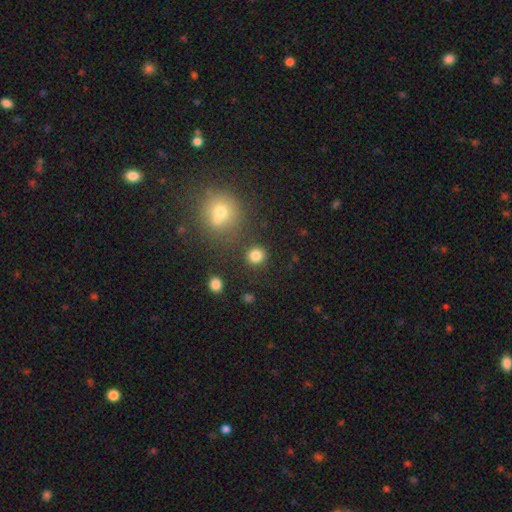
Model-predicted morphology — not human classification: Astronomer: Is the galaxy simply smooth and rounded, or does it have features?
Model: smooth — 83%.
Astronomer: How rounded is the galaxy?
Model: round — 91%.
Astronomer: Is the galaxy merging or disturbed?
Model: none — 86%.